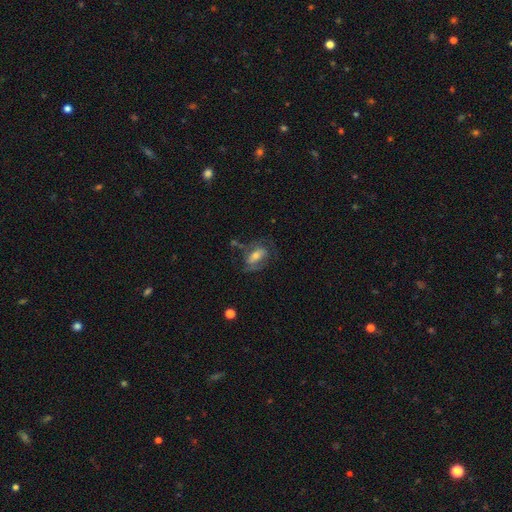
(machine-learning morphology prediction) smooth-or-featured: featured or disk: 52% | smooth: 39% | star or artifact: 9%
  disk-edge-on: no: 91% | yes: 9%
  merging: none: 51% | minor disturbance: 23% | major disturbance: 21% | merger: 4%